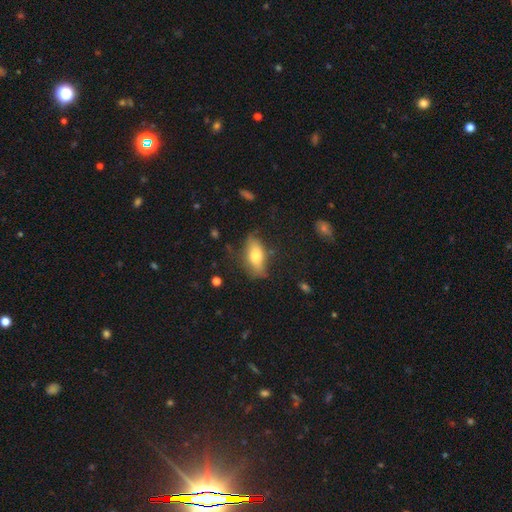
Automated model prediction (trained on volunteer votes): smooth-or-featured: smooth: 65% | featured or disk: 27% | star or artifact: 7%
  how-rounded: in between: 78% | cigar-shaped: 18% | round: 4%
  merging: none: 67% | minor disturbance: 24% | major disturbance: 8% | merger: 2%